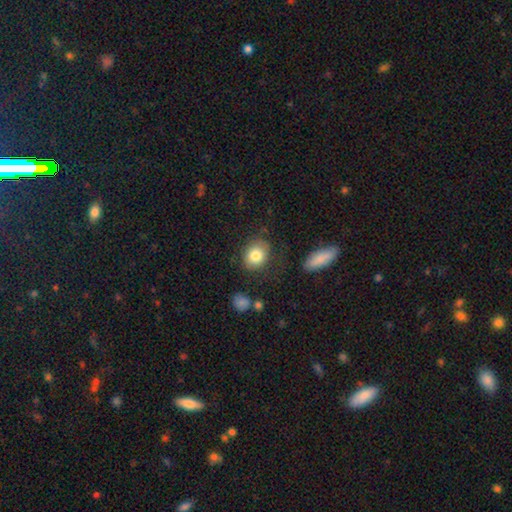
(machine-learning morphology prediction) Smooth or featured? smooth (82%)
How rounded? round (52%)
Merging? none (78%)